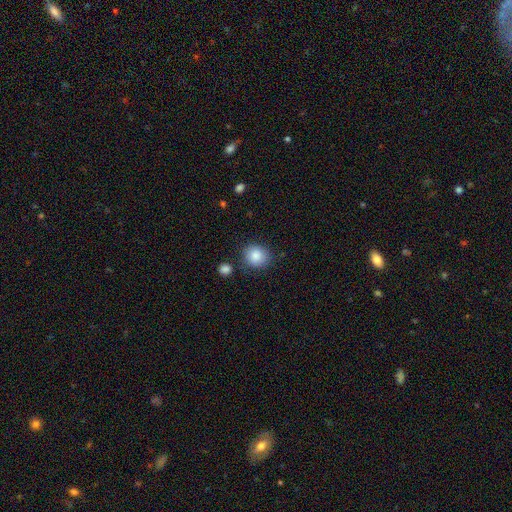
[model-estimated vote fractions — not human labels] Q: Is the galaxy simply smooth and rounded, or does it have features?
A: smooth — 86%.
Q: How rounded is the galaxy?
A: round — 81%.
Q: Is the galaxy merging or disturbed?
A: none — 82%.